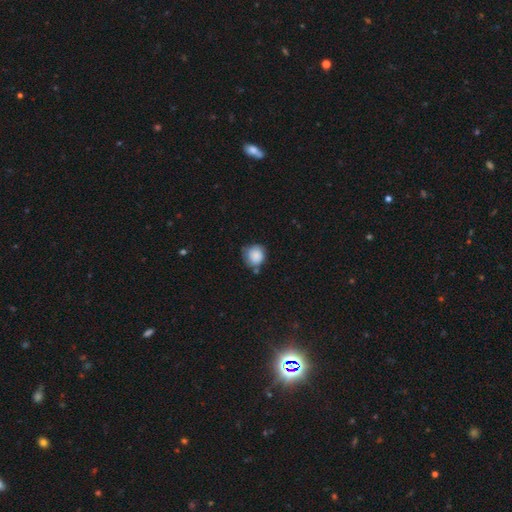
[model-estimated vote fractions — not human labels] smooth 85%, star or artifact 8%, featured or disk 7%. Down the decision tree: how rounded — round (87%); merging — none (58%).